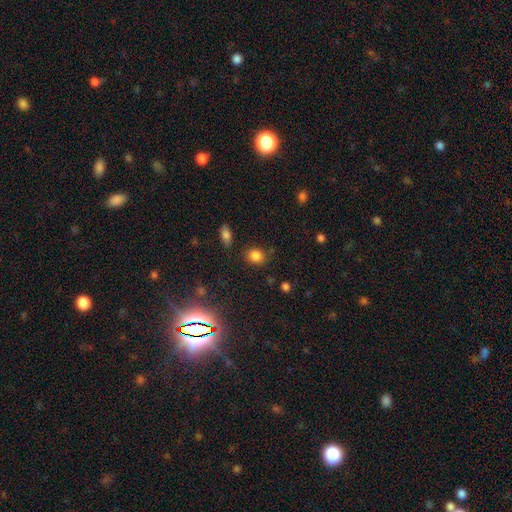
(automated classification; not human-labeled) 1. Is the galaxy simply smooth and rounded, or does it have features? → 82% smooth, 12% star or artifact, 6% featured or disk.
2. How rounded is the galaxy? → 59% round, 40% in between, 1% cigar-shaped.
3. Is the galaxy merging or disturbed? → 80% none, 13% minor disturbance, 4% major disturbance, 4% merger.